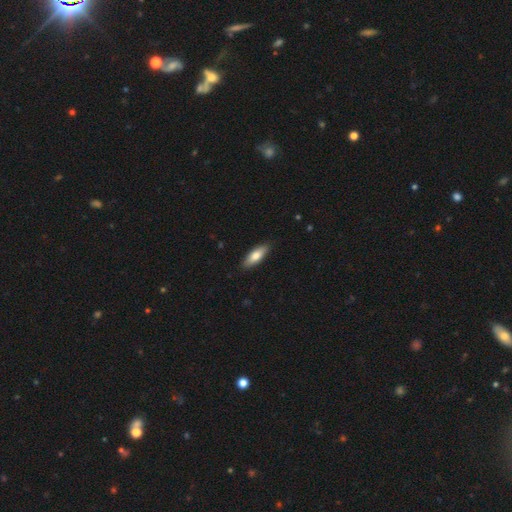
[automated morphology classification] Smooth or featured?
  - smooth: 77% *
  - featured or disk: 17%
  - star or artifact: 6%
How rounded?
  - in between: 64% *
  - cigar-shaped: 34%
  - round: 2%
Merging?
  - none: 88% *
  - minor disturbance: 9%
  - major disturbance: 2%
  - merger: 1%